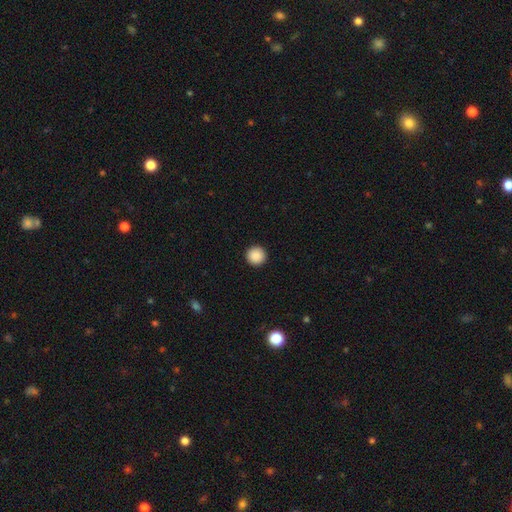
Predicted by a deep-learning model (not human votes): Q: Smooth or featured?
A: smooth (89%); runner-up: star or artifact (9%)
Q: How rounded?
A: round (96%); runner-up: in between (3%)
Q: Merging?
A: none (93%); runner-up: minor disturbance (4%)